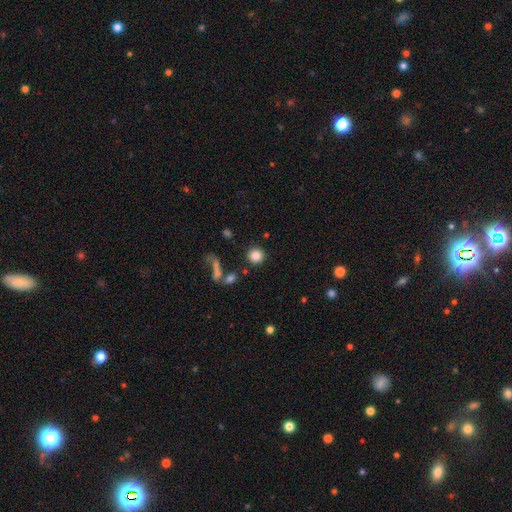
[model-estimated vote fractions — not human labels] A smooth galaxy with no disk features (84%) that is round (92%).

Vote fractions:
- Smooth or featured? smooth: 84% / star or artifact: 11% / featured or disk: 5%
- How rounded? round: 92% / in between: 6% / cigar-shaped: 1%
- Merging? none: 82% / minor disturbance: 7% / merger: 6% / major disturbance: 5%